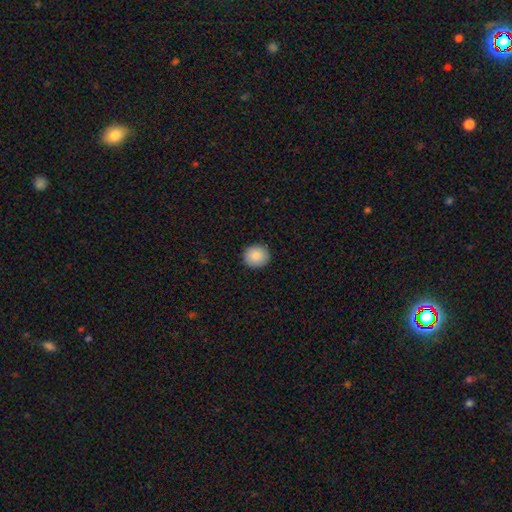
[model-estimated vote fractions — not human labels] Smooth or featured? Predicted: smooth (p=0.87). How rounded? Predicted: round (p=0.86). Merging? Predicted: none (p=0.91).